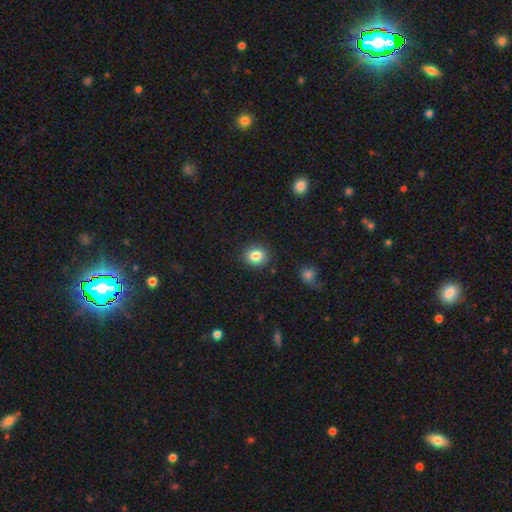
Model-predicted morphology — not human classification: A smooth galaxy with no disk features (83%) that is round (78%). Merging: none (89%).